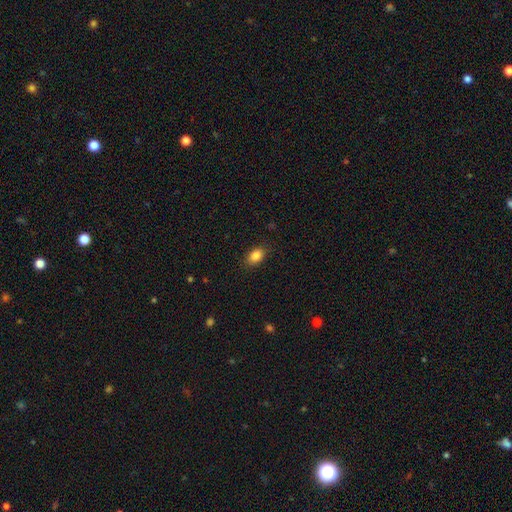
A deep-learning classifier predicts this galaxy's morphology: smooth 87%, star or artifact 9%, featured or disk 5%. Down the decision tree: how rounded — in between (81%); merging — none (85%).